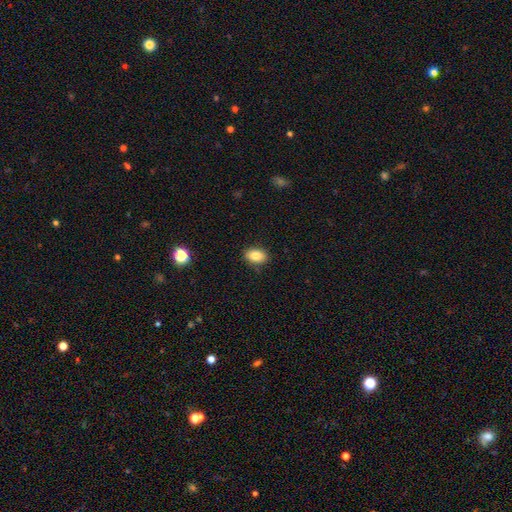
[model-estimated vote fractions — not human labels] Smooth or featured?
  - smooth: 85% *
  - star or artifact: 9%
  - featured or disk: 7%
How rounded?
  - in between: 82% *
  - round: 16%
  - cigar-shaped: 1%
Merging?
  - none: 87% *
  - minor disturbance: 10%
  - major disturbance: 2%
  - merger: 1%